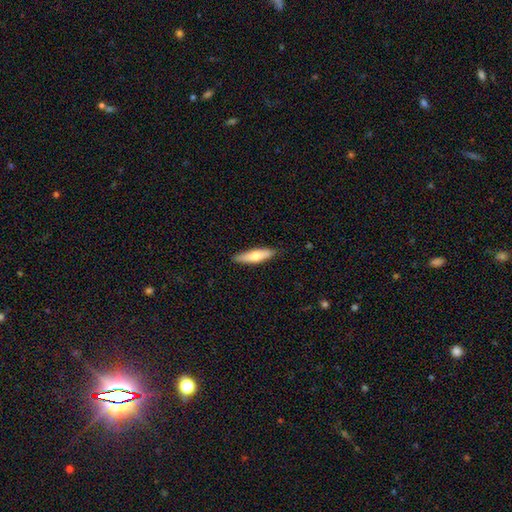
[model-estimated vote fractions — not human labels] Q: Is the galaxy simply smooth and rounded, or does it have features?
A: smooth — 67%.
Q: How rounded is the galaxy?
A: cigar-shaped — 71%.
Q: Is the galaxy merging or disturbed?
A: none — 87%.